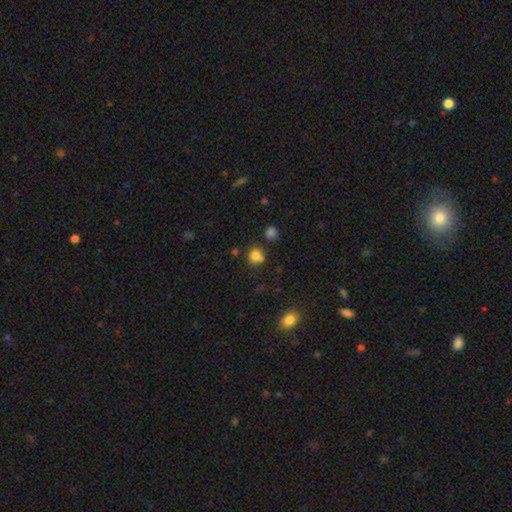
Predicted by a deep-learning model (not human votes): This is likely a smooth galaxy (77%). How rounded: clearly round (84%). Merging: likely none (64%).